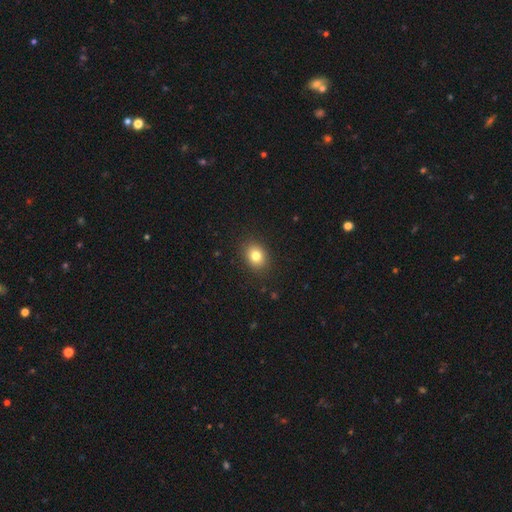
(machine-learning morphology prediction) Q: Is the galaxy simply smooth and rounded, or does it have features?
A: smooth — 81%.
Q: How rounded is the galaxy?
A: round — 50%.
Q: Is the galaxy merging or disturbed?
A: none — 89%.